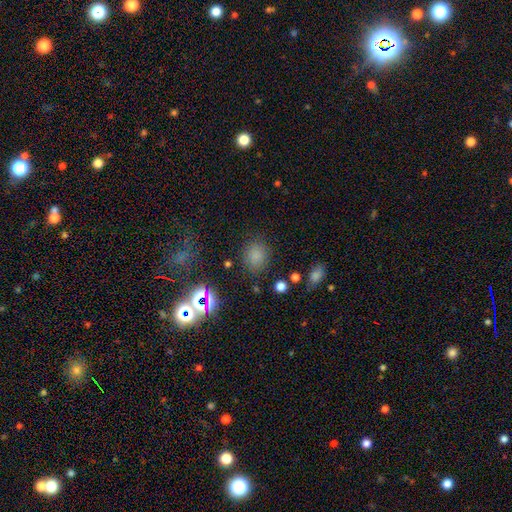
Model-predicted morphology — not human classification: The model was most divided on "how rounded": round: 62%, in between: 37%, cigar-shaped: 1%. More confident: merging — none (81%); smooth or featured — smooth (74%).